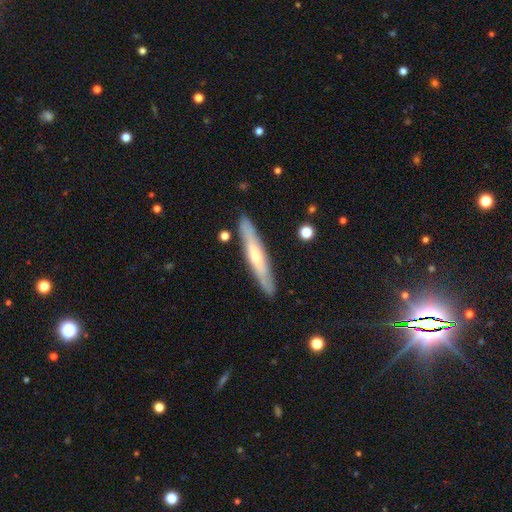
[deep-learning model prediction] smooth_or_featured: featured or disk (p=0.48) [alt: smooth p=0.47]
merging: none (p=0.88) [alt: minor disturbance p=0.09]